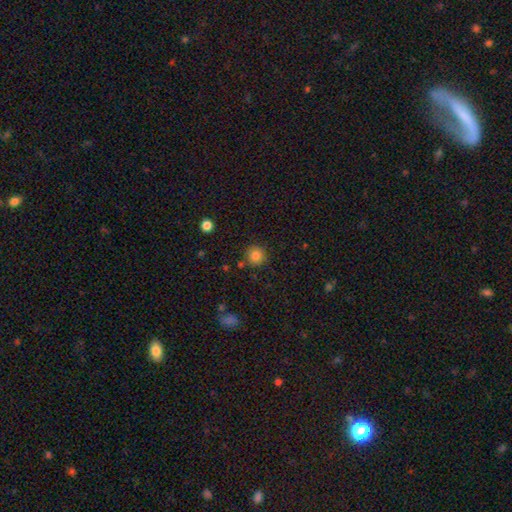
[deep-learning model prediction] Smooth or featured? smooth (82%)
How rounded? round (94%)
Merging? none (86%)